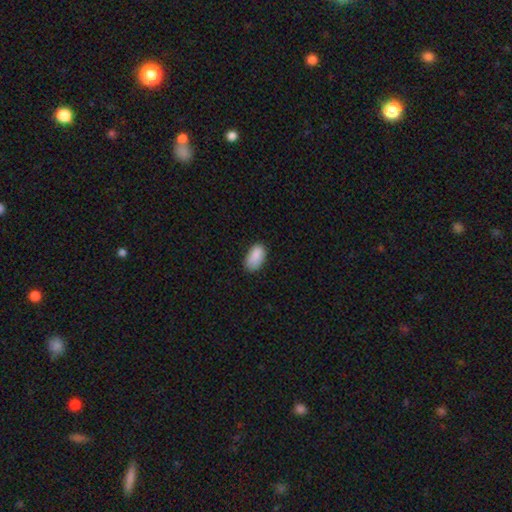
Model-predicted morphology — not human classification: This is clearly a smooth galaxy (89%). How rounded: clearly in between (94%). Merging: likely none (75%).